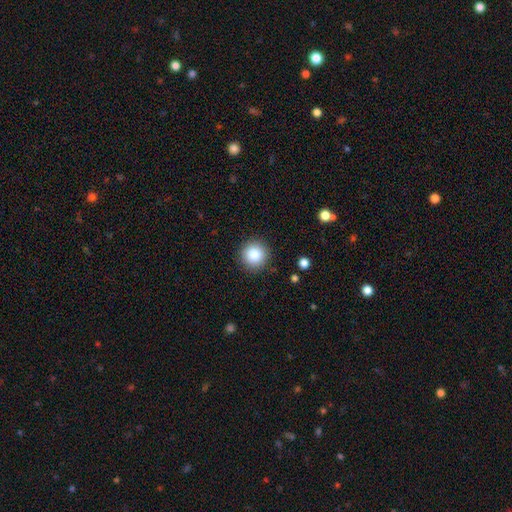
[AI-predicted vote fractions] smooth_or_featured: smooth (p=0.84) [alt: star or artifact p=0.09]
how_rounded: round (p=0.95) [alt: in between p=0.04]
merging: none (p=0.90) [alt: minor disturbance p=0.06]